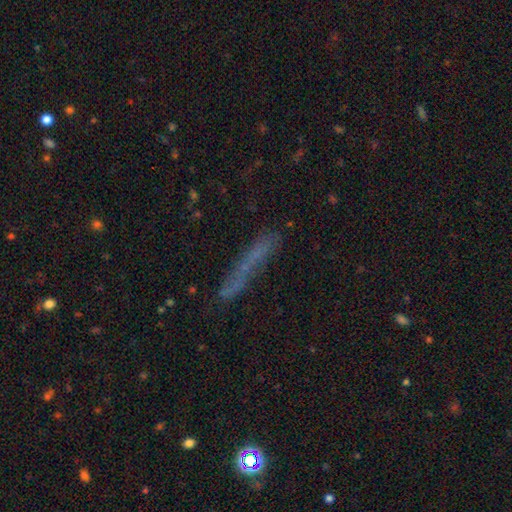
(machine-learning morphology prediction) smooth_or_featured: smooth (p=0.53) [alt: featured or disk p=0.32]
how_rounded: cigar-shaped (p=0.91) [alt: in between p=0.07]
merging: none (p=0.65) [alt: minor disturbance p=0.20]